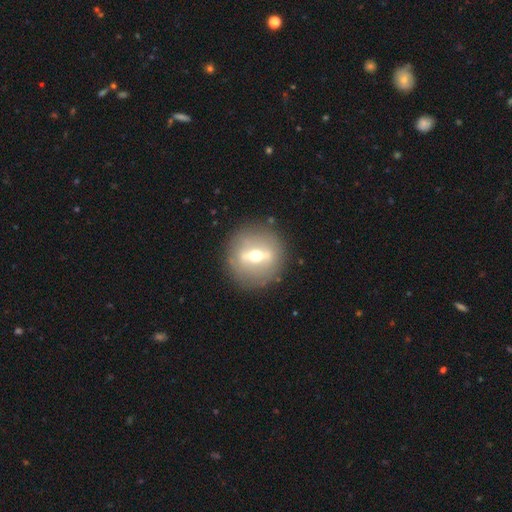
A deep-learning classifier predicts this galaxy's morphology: The model was most divided on "edge-on disk": no: 59%, yes: 41%. More confident: merging — none (87%); smooth or featured — featured or disk (71%).